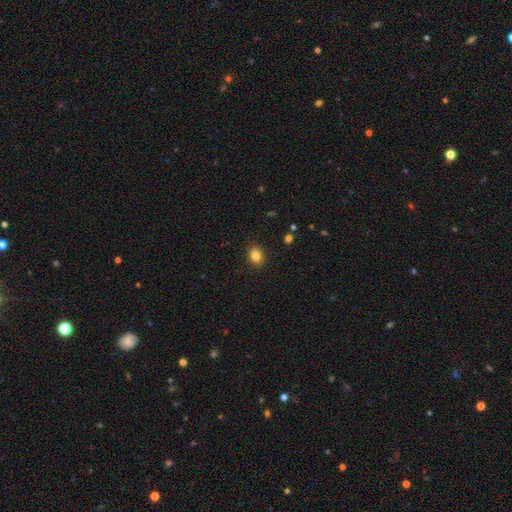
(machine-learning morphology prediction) This is clearly a smooth galaxy (84%). How rounded: possibly in between (50%). Merging: clearly none (89%).